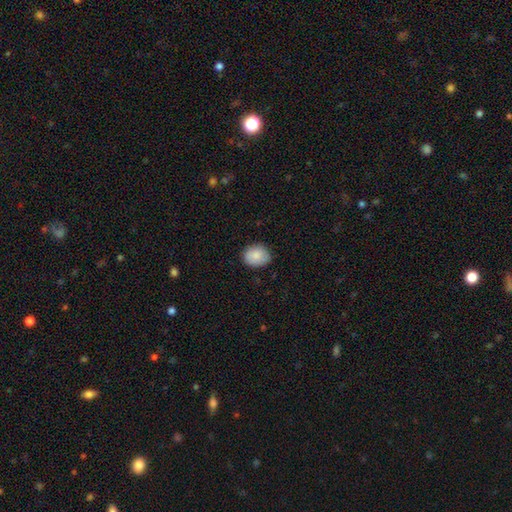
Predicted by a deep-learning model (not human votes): Smooth or featured: smooth — 86% (star or artifact — 7%)
How rounded: round — 52% (in between — 47%)
Merging: none — 79% (minor disturbance — 18%)